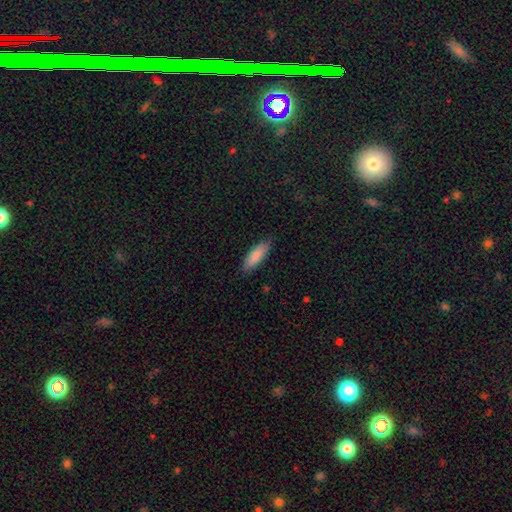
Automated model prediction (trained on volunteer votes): Smooth or featured? Predicted: smooth (p=0.88). How rounded? Predicted: in between (p=0.56). Merging? Predicted: none (p=0.86).